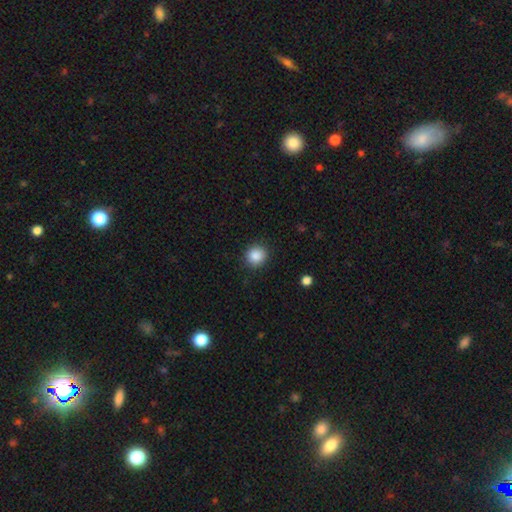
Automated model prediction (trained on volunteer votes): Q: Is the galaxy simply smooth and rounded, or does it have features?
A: smooth — 87%.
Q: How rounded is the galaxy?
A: round — 88%.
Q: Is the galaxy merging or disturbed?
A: none — 89%.